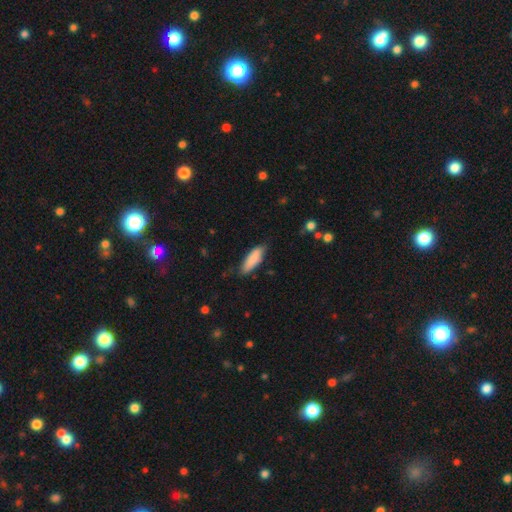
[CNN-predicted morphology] This appears to be a smooth galaxy with no disk features (77%) that is cigar-shaped (54%). Merging: none (77%).